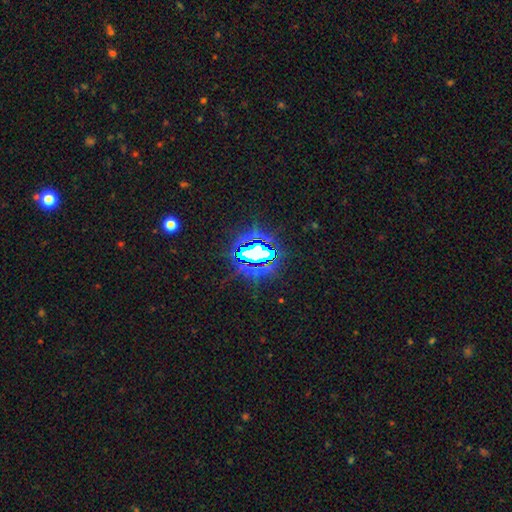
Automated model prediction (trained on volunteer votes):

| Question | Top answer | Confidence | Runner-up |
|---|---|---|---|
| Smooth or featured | star or artifact | 76% | smooth (13%) |